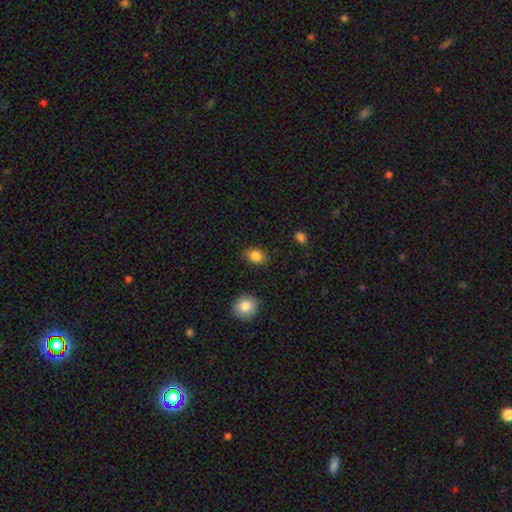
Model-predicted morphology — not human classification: type=smooth (85%); roundness=in between (58%); merging=none (85%).